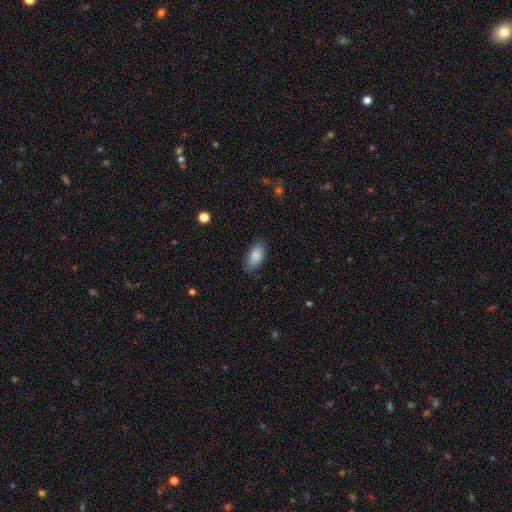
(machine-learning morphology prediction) Smooth or featured? smooth (88%)
How rounded? in between (91%)
Merging? none (80%)